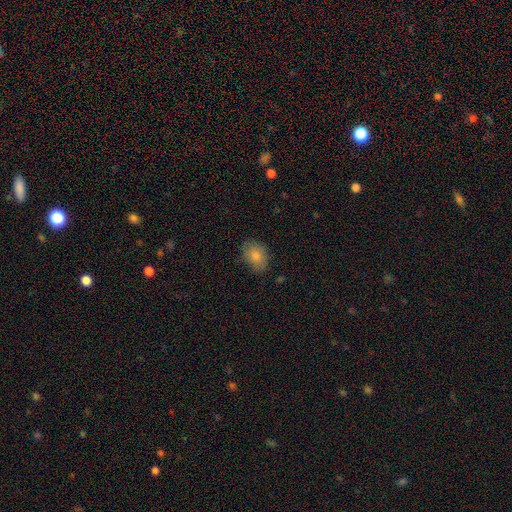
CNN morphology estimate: type=smooth (83%); roundness=in between (72%); merging=none (73%).